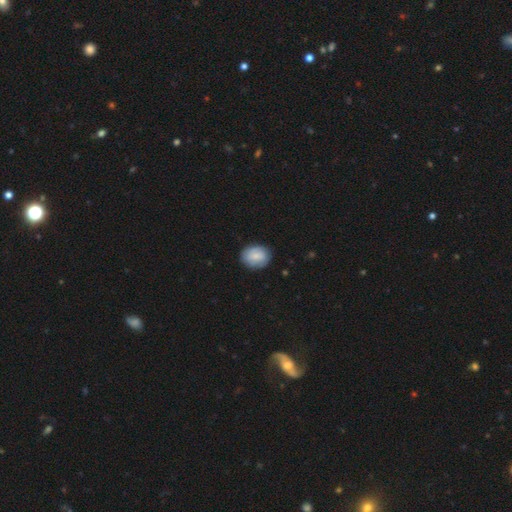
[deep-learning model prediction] The model was most divided on "how rounded": in between: 50%, round: 49%, cigar-shaped: 1%. More confident: merging — none (83%); smooth or featured — smooth (77%).